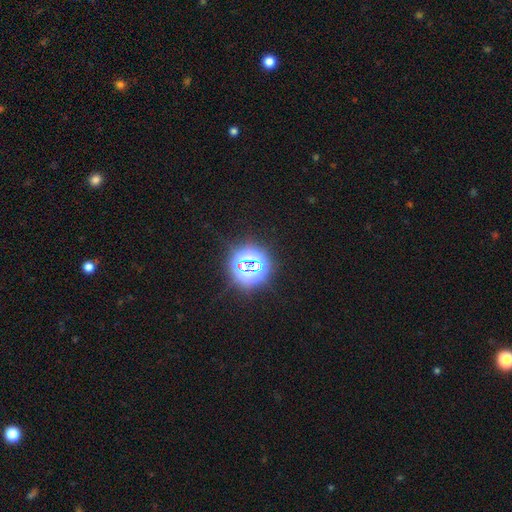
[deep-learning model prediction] This is likely a star or artifact rather than a galaxy (73%).